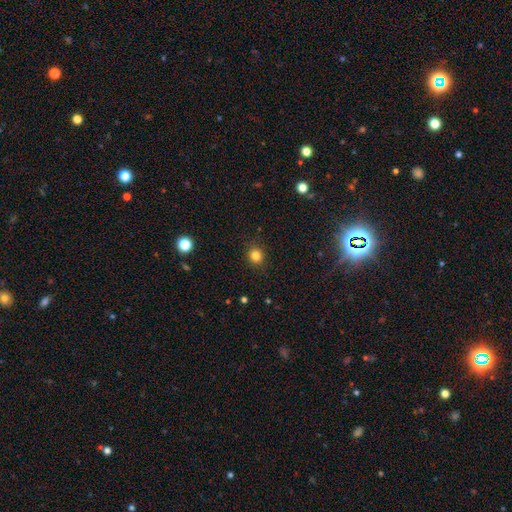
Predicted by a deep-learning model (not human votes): A smooth galaxy with no disk features (82%) that is round (86%). Merging: none (89%).